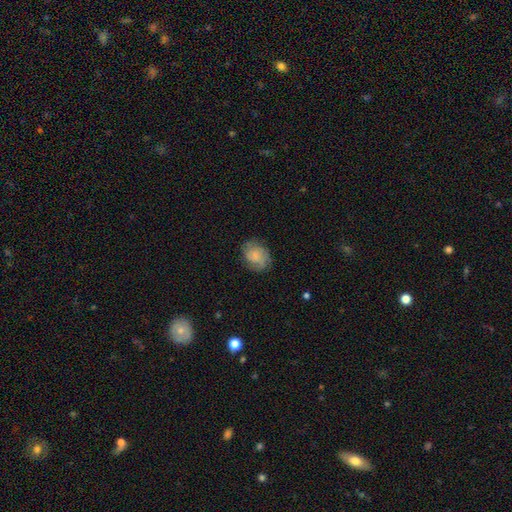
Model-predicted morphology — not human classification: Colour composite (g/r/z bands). It shows a smooth galaxy with no disk features (47%). Merging: none (72%).